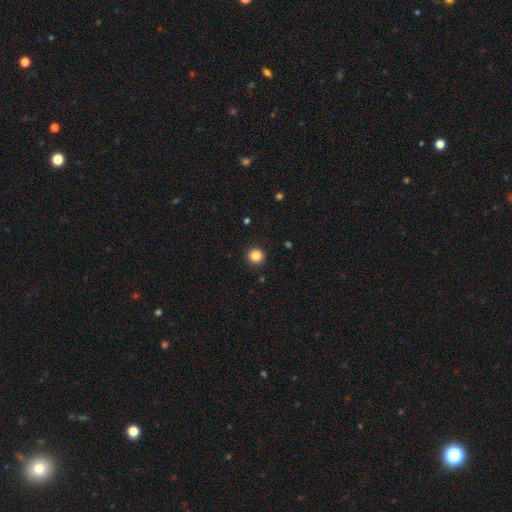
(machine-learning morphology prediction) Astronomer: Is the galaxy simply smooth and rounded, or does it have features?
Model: smooth — 84%.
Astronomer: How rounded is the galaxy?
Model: round — 94%.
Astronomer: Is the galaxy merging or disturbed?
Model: none — 92%.